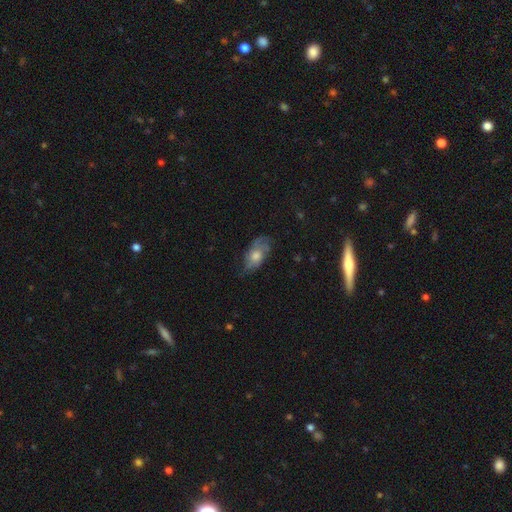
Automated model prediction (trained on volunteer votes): Morphology: type=featured or disk (52%); edge-on=no (88%); merging=none (64%).